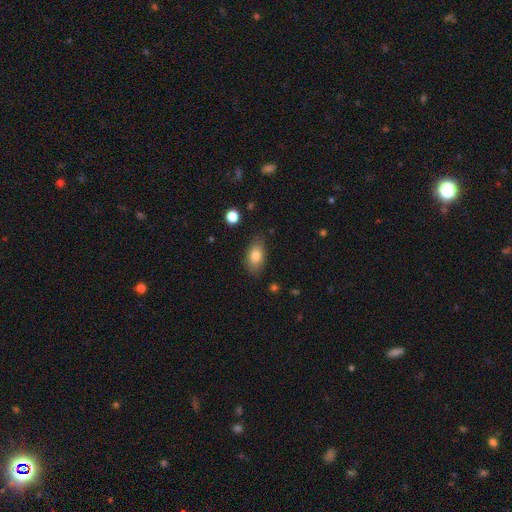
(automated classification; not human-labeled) Smooth or featured? Predicted: smooth (p=0.80). How rounded? Predicted: in between (p=0.89). Merging? Predicted: none (p=0.82).